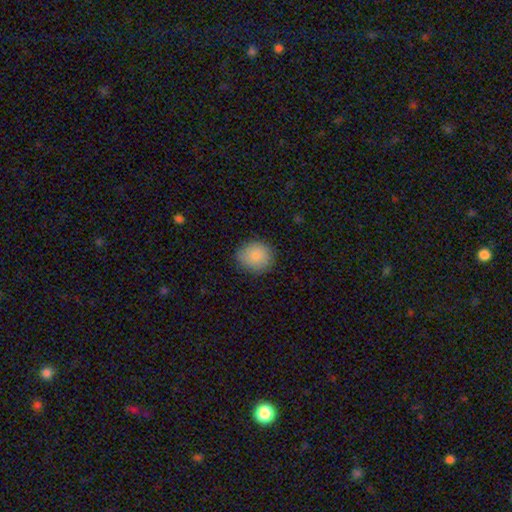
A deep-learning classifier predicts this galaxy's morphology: This is clearly a smooth galaxy (85%). How rounded: likely round (78%). Merging: clearly none (83%).